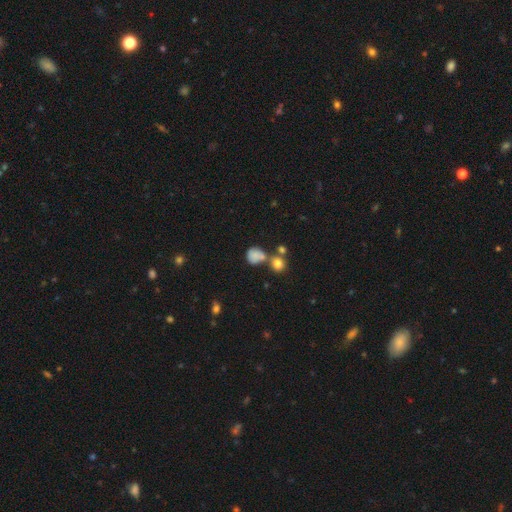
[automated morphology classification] type=smooth (76%); roundness=round (76%); merging=none (44%).